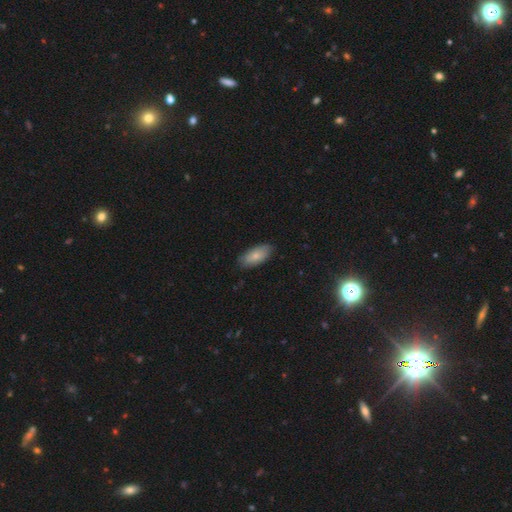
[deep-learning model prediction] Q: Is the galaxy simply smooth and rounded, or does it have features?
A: smooth — 76%.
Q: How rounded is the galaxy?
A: in between — 90%.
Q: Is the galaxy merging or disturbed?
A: none — 80%.